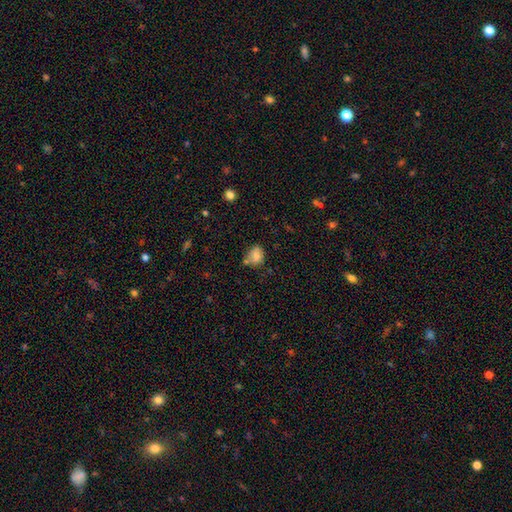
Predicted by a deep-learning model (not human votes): smooth-or-featured: smooth: 79% | star or artifact: 11% | featured or disk: 11%
  how-rounded: in between: 50% | round: 49% | cigar-shaped: 1%
  merging: none: 53% | minor disturbance: 26% | merger: 14% | major disturbance: 7%